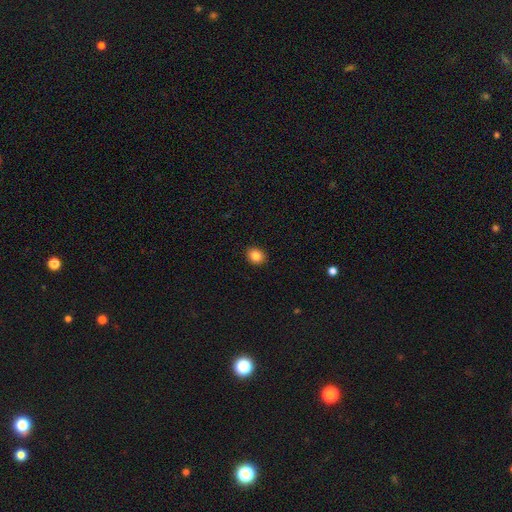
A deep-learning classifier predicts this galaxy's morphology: The model was most divided on "how rounded": round: 66%, in between: 33%, cigar-shaped: 1%. More confident: merging — none (92%); smooth or featured — smooth (84%).